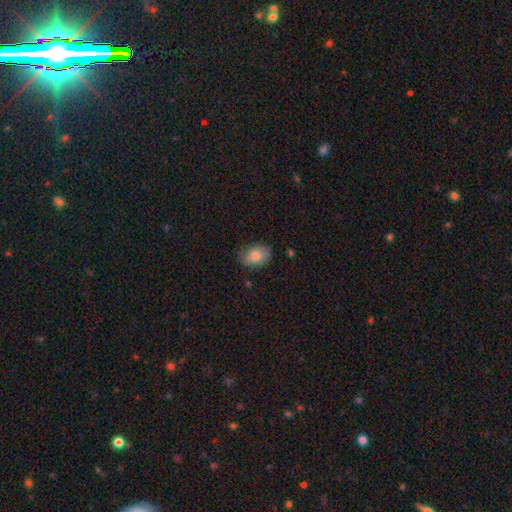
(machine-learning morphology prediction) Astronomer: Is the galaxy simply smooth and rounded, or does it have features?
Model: smooth — 79%.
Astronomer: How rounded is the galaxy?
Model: in between — 80%.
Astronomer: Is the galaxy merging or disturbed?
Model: none — 68%.